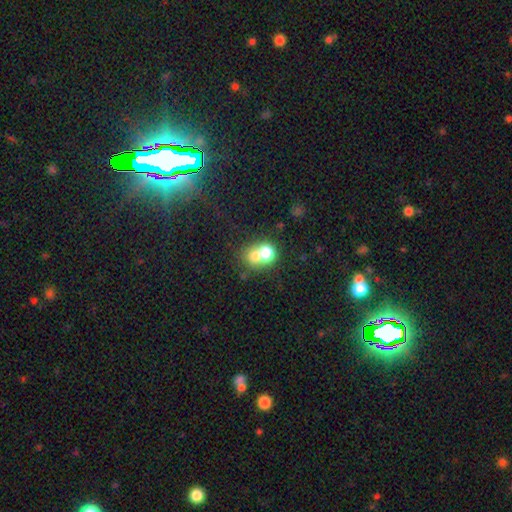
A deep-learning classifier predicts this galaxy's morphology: A smooth galaxy with no disk features (71%) that is round (68%). Merging: merger (63%).